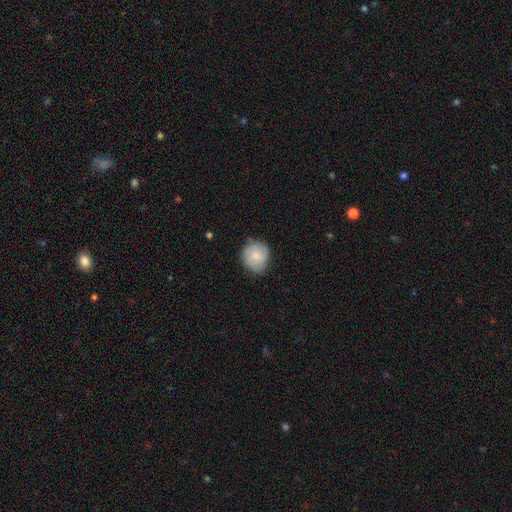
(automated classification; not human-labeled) A smooth galaxy with no disk features (77%) that is round (87%). Merging: none (78%).